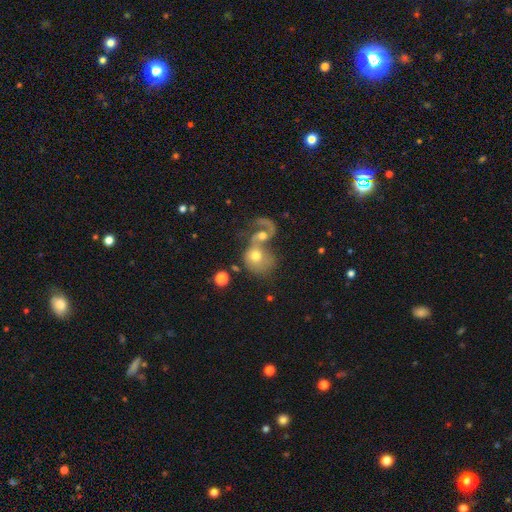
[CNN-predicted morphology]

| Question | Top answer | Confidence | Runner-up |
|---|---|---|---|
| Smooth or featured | smooth | 46% | featured or disk (45%) |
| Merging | merger | 75% | none (11%) |